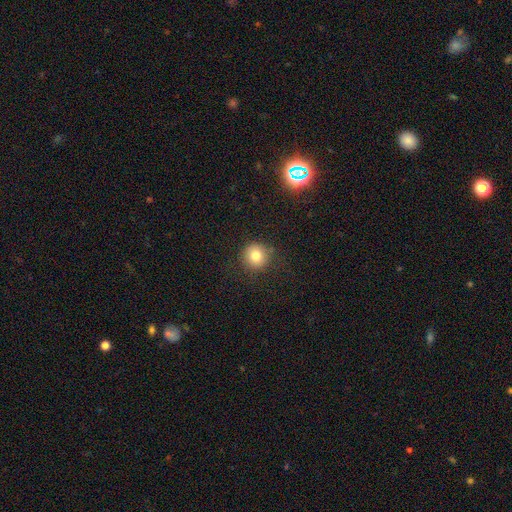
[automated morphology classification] Smooth or featured? Predicted: smooth (p=0.80). How rounded? Predicted: round (p=0.94). Merging? Predicted: none (p=0.86).